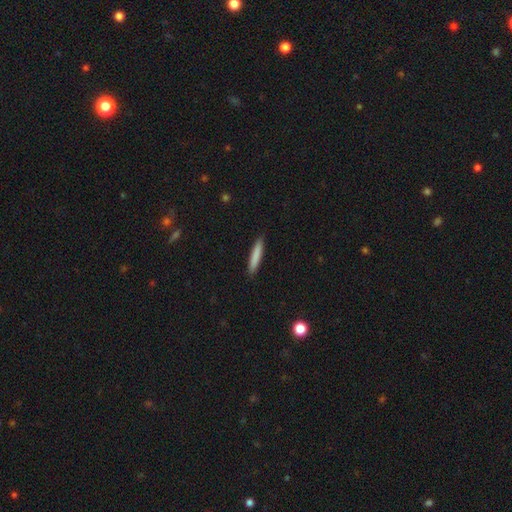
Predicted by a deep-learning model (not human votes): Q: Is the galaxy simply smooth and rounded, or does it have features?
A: smooth — 82%.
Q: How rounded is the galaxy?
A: cigar-shaped — 92%.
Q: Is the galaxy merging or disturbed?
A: none — 91%.